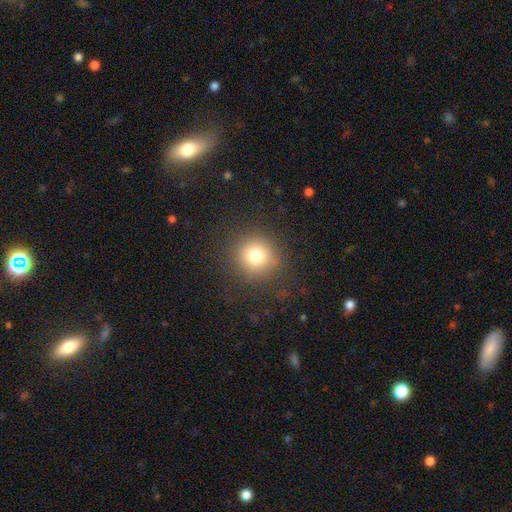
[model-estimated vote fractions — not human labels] Smooth or featured? Predicted: smooth (p=0.77). How rounded? Predicted: round (p=0.92). Merging? Predicted: none (p=0.86).